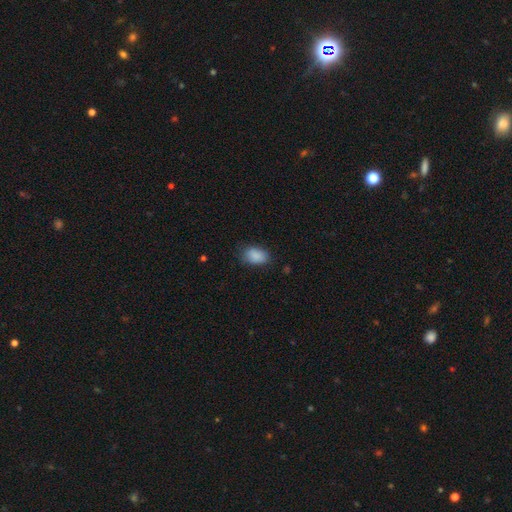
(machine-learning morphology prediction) Smooth or featured? Predicted: smooth (p=0.88). How rounded? Predicted: in between (p=0.85). Merging? Predicted: none (p=0.75).